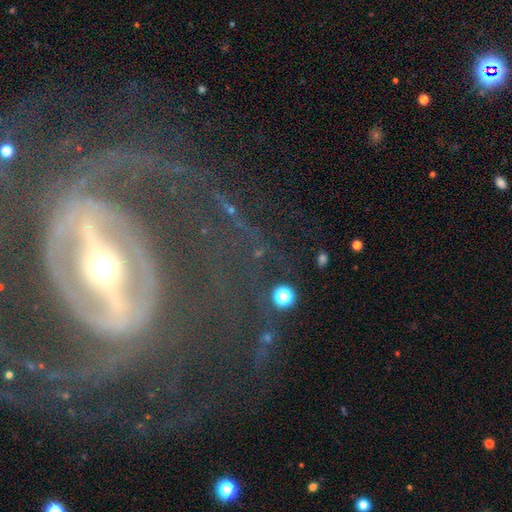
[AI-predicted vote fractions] Smooth or featured?
  - featured or disk: 87% *
  - star or artifact: 7%
  - smooth: 6%
Edge-on disk?
  - no: 91% *
  - yes: 9%
Bar?
  - strong: 77% *
  - weak: 15%
  - no: 9%
Spiral arms?
  - yes: 83% *
  - no: 17%
Spiral winding?
  - medium: 40% * (tied)
  - tight: 40% * (tied)
  - loose: 20%
Spiral arm count?
  - 2: 55% *
  - can't tell: 18%
  - 3: 10%
  - 1: 6%
  - 4: 6%
  - more than 4: 5%
Bulge size?
  - moderate: 51% *
  - small: 39%
  - large: 7%
  - dominant: 2%
  - none: 1%
Merging?
  - none: 60% *
  - major disturbance: 23%
  - minor disturbance: 14%
  - merger: 3%